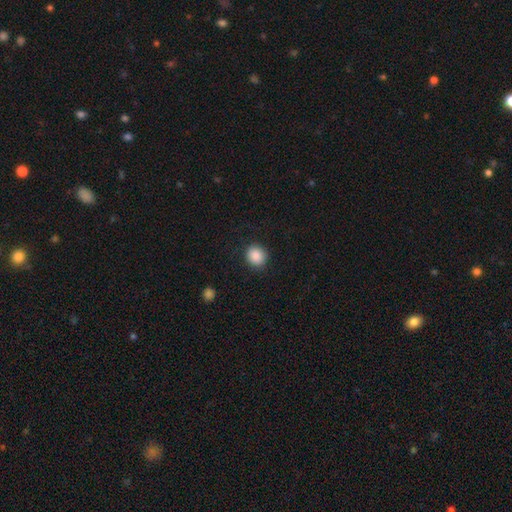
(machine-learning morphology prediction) smooth-or-featured: smooth: 89% | star or artifact: 8% | featured or disk: 3%
  how-rounded: round: 81% | in between: 18% | cigar-shaped: 1%
  merging: none: 88% | minor disturbance: 8% | major disturbance: 3% | merger: 1%